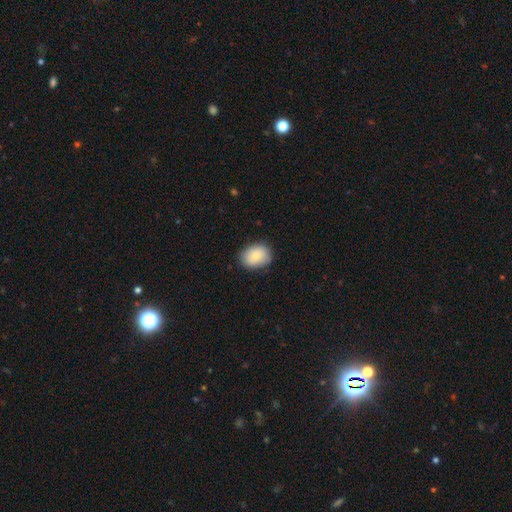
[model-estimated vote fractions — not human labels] The model was most divided on "how rounded": in between: 65%, round: 34%, cigar-shaped: 1%. More confident: smooth or featured — smooth (87%); merging — none (82%).